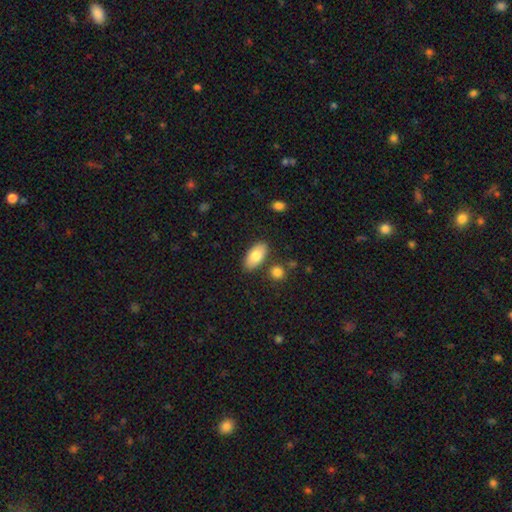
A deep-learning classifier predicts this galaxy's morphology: This appears to be a smooth galaxy with no disk features (81%) that is in between round and cigar-shaped (92%). Merging: none (82%).